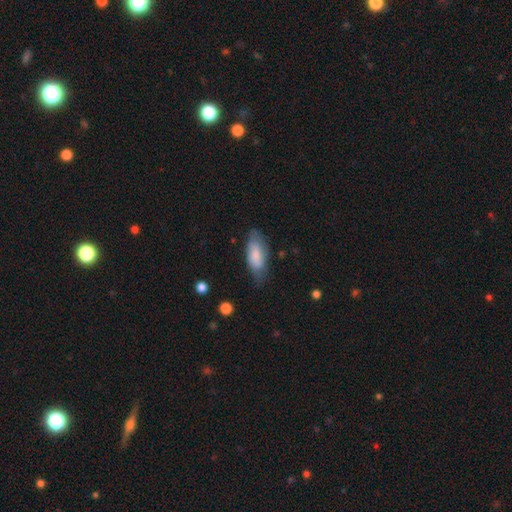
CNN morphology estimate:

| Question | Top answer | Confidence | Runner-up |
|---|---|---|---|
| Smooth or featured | smooth | 74% | featured or disk (20%) |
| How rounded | in between | 81% | cigar-shaped (17%) |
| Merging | none | 62% | minor disturbance (29%) |